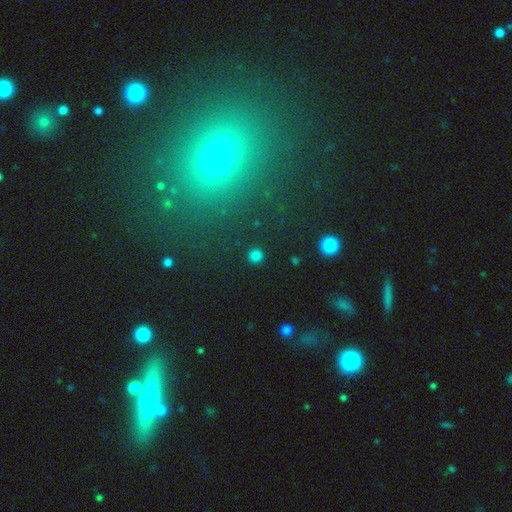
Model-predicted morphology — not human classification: Smooth or featured?
  - smooth: 81% *
  - star or artifact: 15%
  - featured or disk: 4%
How rounded?
  - round: 95% *
  - in between: 4%
  - cigar-shaped: 1%
Merging?
  - none: 92% *
  - minor disturbance: 5%
  - major disturbance: 2%
  - merger: 2%